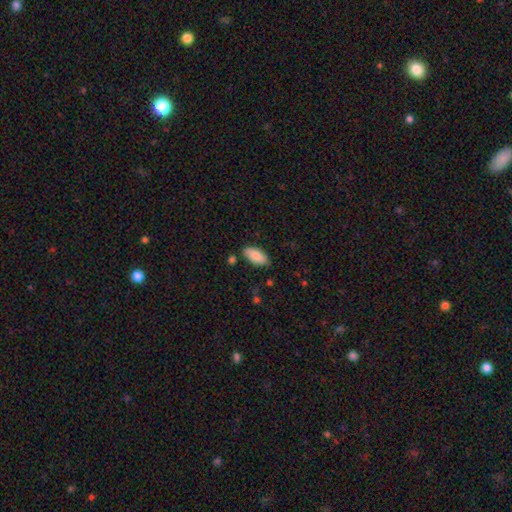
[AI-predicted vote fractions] Overall: smooth (86%). How rounded: in between (92%). Merging: none (80%).